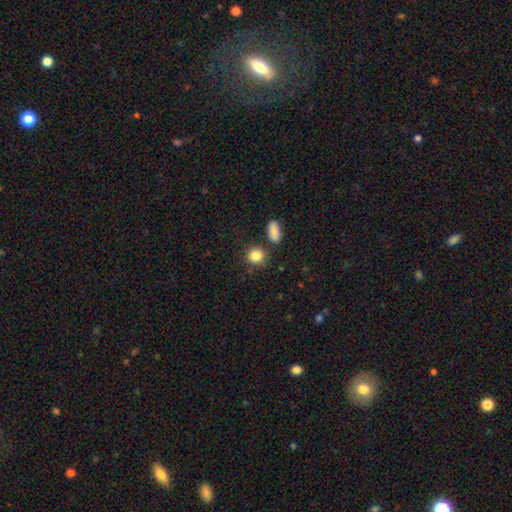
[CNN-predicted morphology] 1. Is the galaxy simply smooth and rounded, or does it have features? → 86% smooth, 9% star or artifact, 5% featured or disk.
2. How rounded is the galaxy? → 72% round, 26% in between, 2% cigar-shaped.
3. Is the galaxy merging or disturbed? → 75% none, 12% minor disturbance, 9% merger, 3% major disturbance.